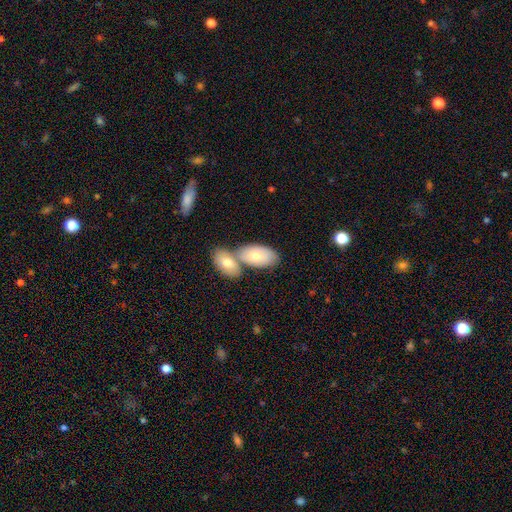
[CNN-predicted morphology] smooth 56%, featured or disk 33%, star or artifact 12%. Down the decision tree: how rounded — in between (87%); merging — none (47%).